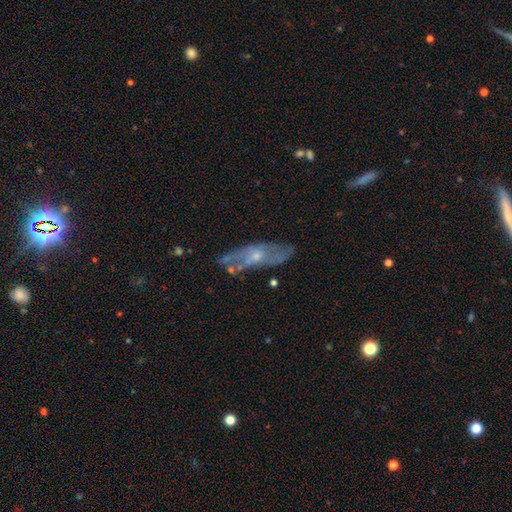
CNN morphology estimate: Smooth or featured: featured or disk — 64% (smooth — 30%)
Edge-on disk: no — 77% (yes — 23%)
Merging: none — 59% (minor disturbance — 24%)